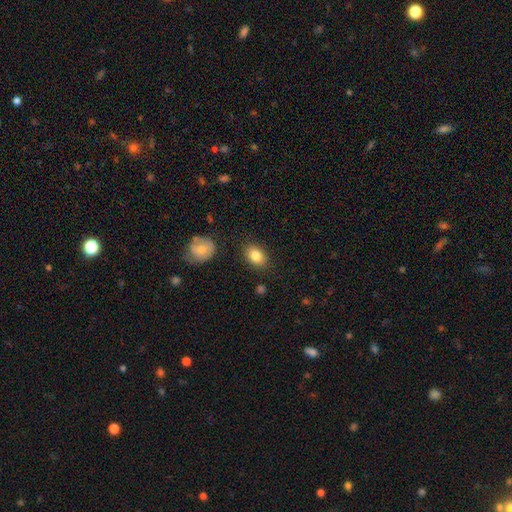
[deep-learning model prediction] Smooth or featured? smooth (83%)
How rounded? in between (79%)
Merging? none (84%)